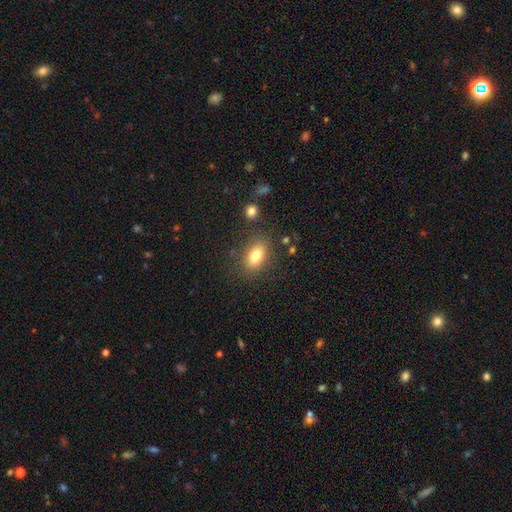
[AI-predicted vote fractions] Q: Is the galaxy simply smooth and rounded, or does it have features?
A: smooth — 78%.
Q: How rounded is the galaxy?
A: in between — 82%.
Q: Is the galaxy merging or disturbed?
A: none — 81%.